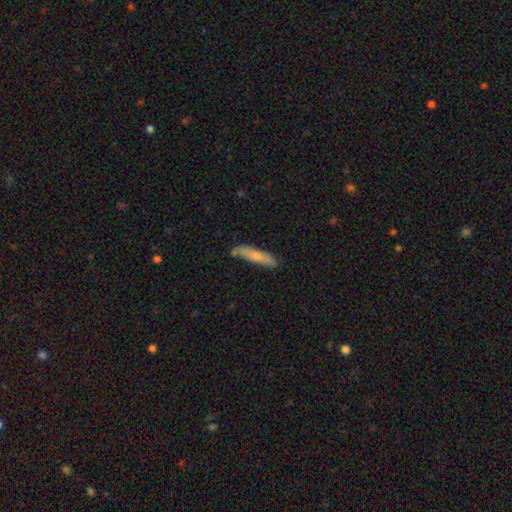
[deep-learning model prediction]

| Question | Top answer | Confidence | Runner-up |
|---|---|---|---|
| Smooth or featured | smooth | 72% | featured or disk (22%) |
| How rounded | cigar-shaped | 86% | in between (13%) |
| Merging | none | 76% | minor disturbance (17%) |